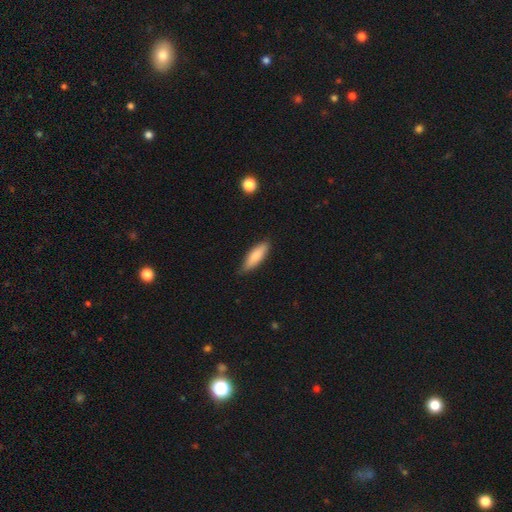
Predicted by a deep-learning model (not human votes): smooth 83%, featured or disk 11%, star or artifact 6%. Down the decision tree: how rounded — in between (51%); merging — none (81%).